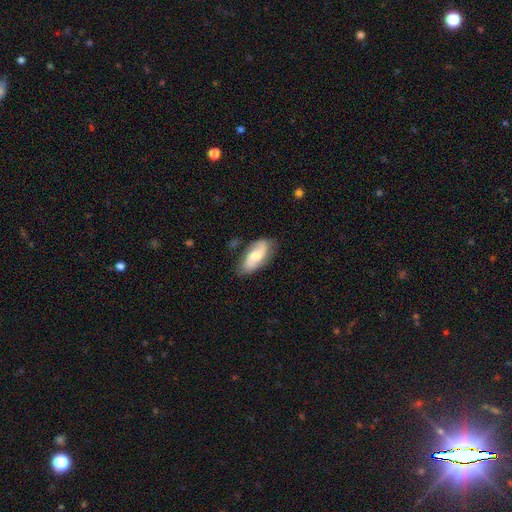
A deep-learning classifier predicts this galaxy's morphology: featured or disk 55%, smooth 39%, star or artifact 6%. Down the decision tree: edge-on disk — no (92%); bar — no (55%); spiral arms — yes (89%); bulge size — moderate (55%); merging — none (74%).